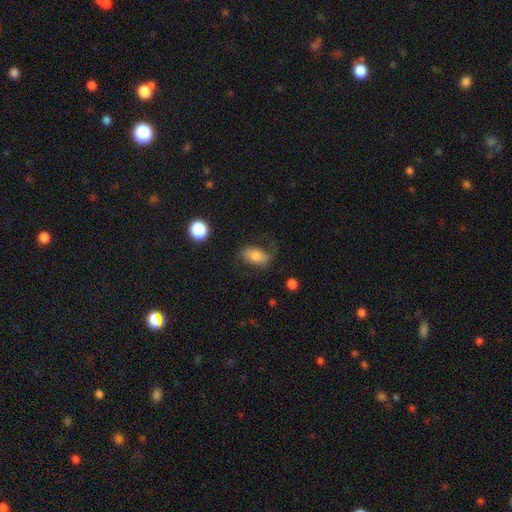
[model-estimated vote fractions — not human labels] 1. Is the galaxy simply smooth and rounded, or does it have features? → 60% smooth, 31% featured or disk, 9% star or artifact.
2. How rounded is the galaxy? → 89% in between, 9% round, 3% cigar-shaped.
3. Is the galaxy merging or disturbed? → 48% none, 26% major disturbance, 24% minor disturbance, 3% merger.